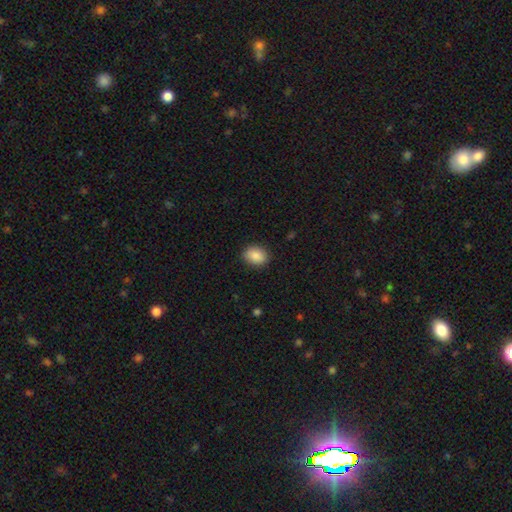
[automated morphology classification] This appears to be a smooth galaxy with no disk features (88%) that is in between round and cigar-shaped (64%). Merging: none (87%).